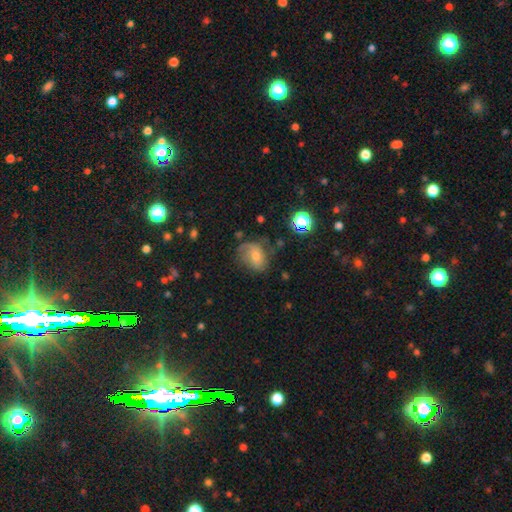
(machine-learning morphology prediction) type=smooth (47%); merging=none (46%).